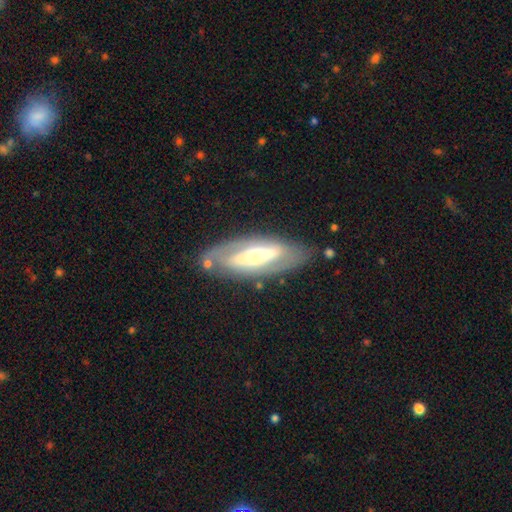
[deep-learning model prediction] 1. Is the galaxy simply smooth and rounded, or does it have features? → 68% featured or disk, 26% smooth, 5% star or artifact.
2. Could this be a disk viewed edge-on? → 79% no, 21% yes.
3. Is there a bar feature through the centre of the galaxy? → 48% strong, 28% no, 23% weak.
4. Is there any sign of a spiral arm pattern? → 55% no, 45% yes.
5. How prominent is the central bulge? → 56% moderate, 26% small, 15% large, 2% dominant, 1% none.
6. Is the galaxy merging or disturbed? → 77% none, 14% minor disturbance, 6% major disturbance, 3% merger.